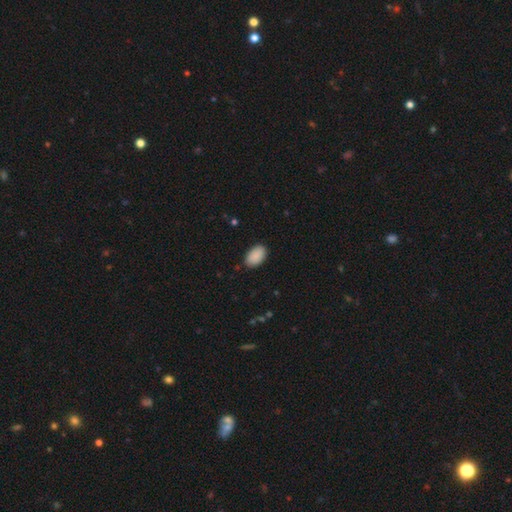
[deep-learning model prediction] Q: Smooth or featured?
A: smooth (91%); runner-up: star or artifact (6%)
Q: How rounded?
A: in between (93%); runner-up: round (5%)
Q: Merging?
A: none (86%); runner-up: minor disturbance (11%)